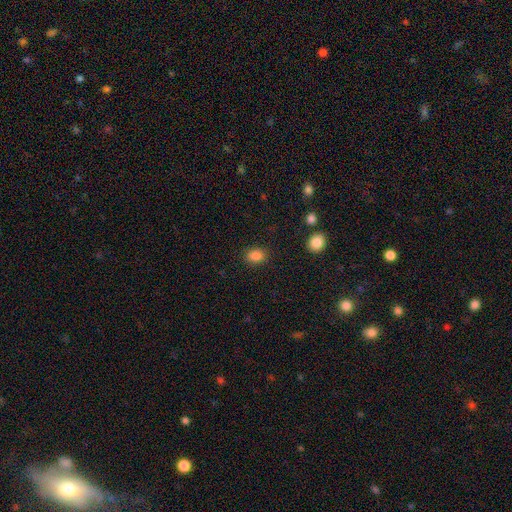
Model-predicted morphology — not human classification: smooth_or_featured: smooth (p=0.86) [alt: star or artifact p=0.10]
how_rounded: in between (p=0.62) [alt: round p=0.37]
merging: none (p=0.87) [alt: minor disturbance p=0.09]